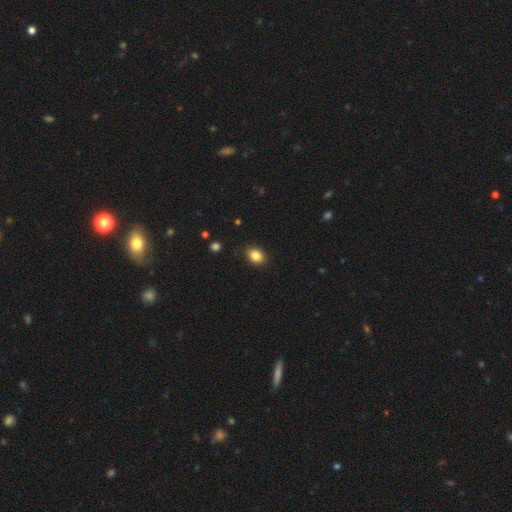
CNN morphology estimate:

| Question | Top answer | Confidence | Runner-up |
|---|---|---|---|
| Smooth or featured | smooth | 85% | star or artifact (9%) |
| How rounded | in between | 64% | round (35%) |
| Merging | none | 86% | minor disturbance (10%) |